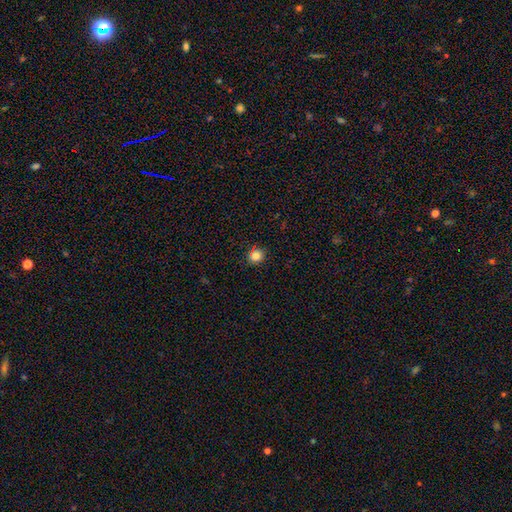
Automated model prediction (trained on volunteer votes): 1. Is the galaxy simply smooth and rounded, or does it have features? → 80% smooth, 14% star or artifact, 6% featured or disk.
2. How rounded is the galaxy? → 87% round, 12% in between, 1% cigar-shaped.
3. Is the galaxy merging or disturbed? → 87% none, 8% minor disturbance, 3% merger, 2% major disturbance.